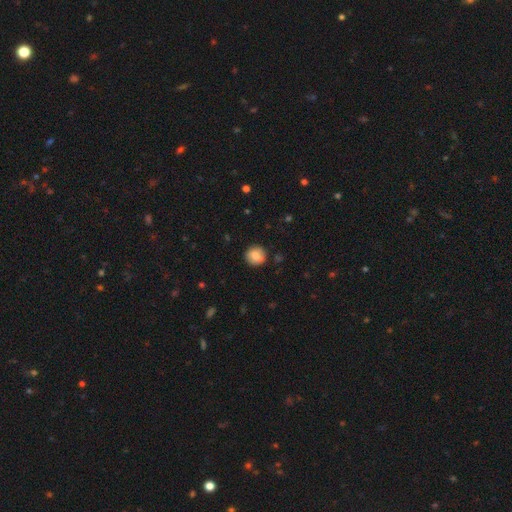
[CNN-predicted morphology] smooth_or_featured: smooth (p=0.81) [alt: featured or disk p=0.11]
how_rounded: round (p=0.90) [alt: in between p=0.09]
merging: none (p=0.88) [alt: minor disturbance p=0.08]